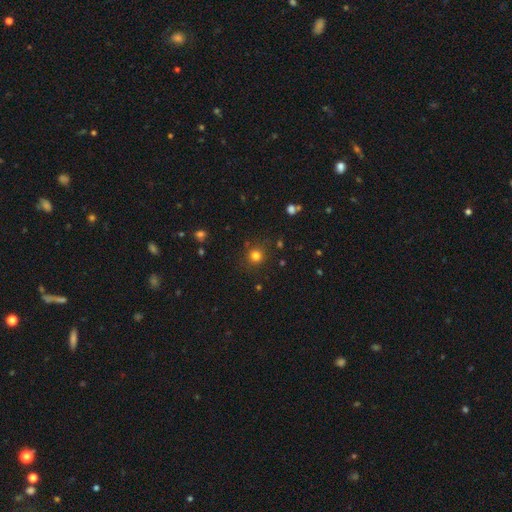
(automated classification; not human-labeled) Morphology: type=smooth (78%); roundness=round (93%); merging=none (87%).